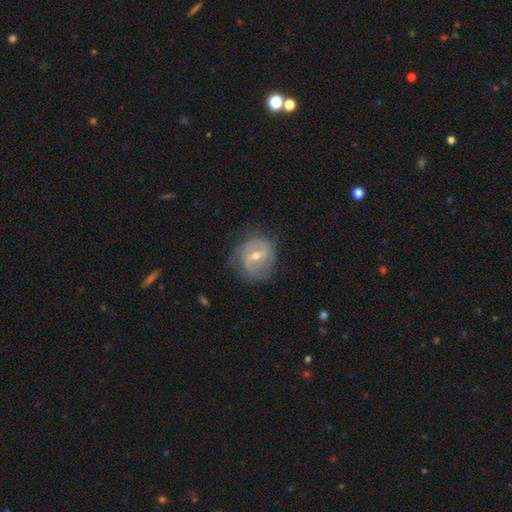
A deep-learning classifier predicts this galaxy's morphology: Q: Smooth or featured?
A: featured or disk (79%); runner-up: smooth (14%)
Q: Edge-on disk?
A: no (97%); runner-up: yes (3%)
Q: Bar?
A: weak (53%); runner-up: strong (25%)
Q: Spiral arms?
A: yes (89%); runner-up: no (11%)
Q: Spiral winding?
A: tight (48%); runner-up: medium (38%)
Q: Spiral arm count?
A: 2 (59%); runner-up: can't tell (22%)
Q: Bulge size?
A: moderate (53%); runner-up: small (44%)
Q: Merging?
A: none (74%); runner-up: minor disturbance (18%)